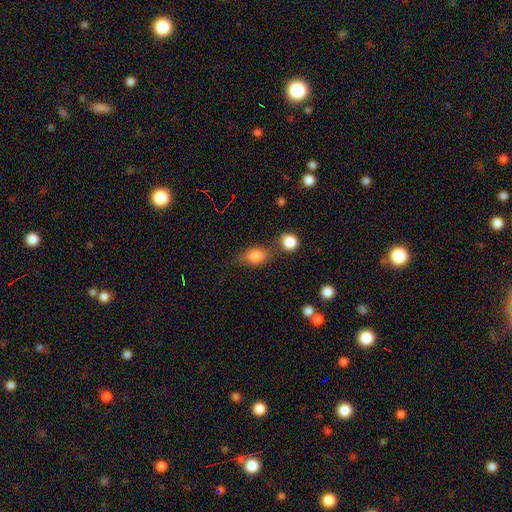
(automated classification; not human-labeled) Smooth or featured? smooth (82%)
How rounded? in between (76%)
Merging? none (65%)